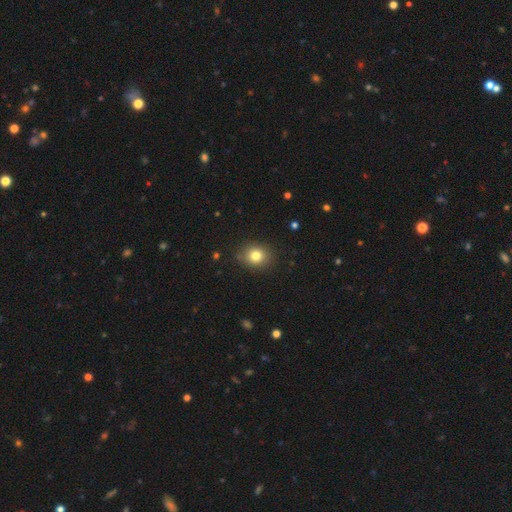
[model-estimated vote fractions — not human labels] Overall: smooth (81%). How rounded: round (66%; in between 33%). Merging: none (84%).